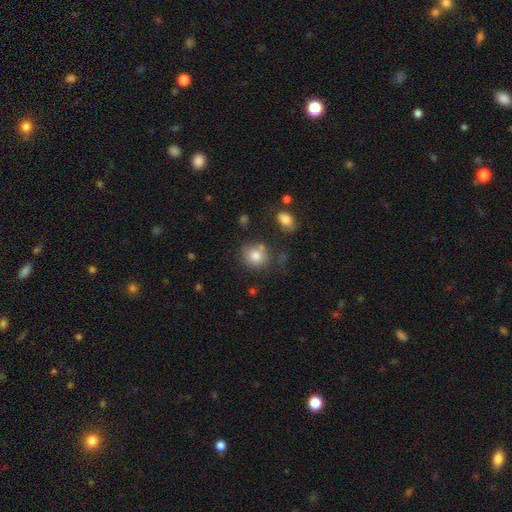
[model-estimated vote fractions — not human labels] Overall: smooth (81%). How rounded: round (81%). Merging: none (70%).